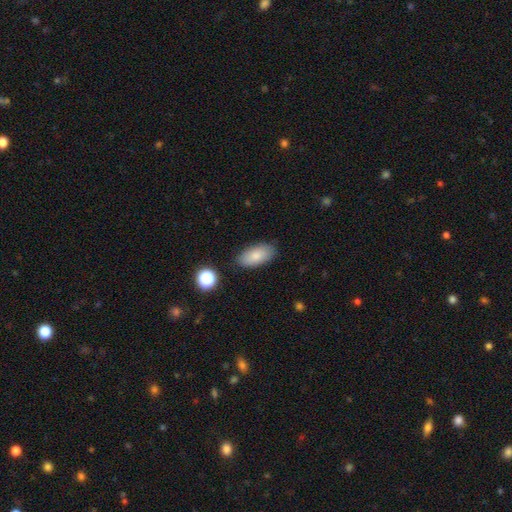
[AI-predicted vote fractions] The model was most divided on "merging": none: 84%, minor disturbance: 11%, major disturbance: 3%, merger: 2%. More confident: how rounded — in between (92%); smooth or featured — smooth (84%).